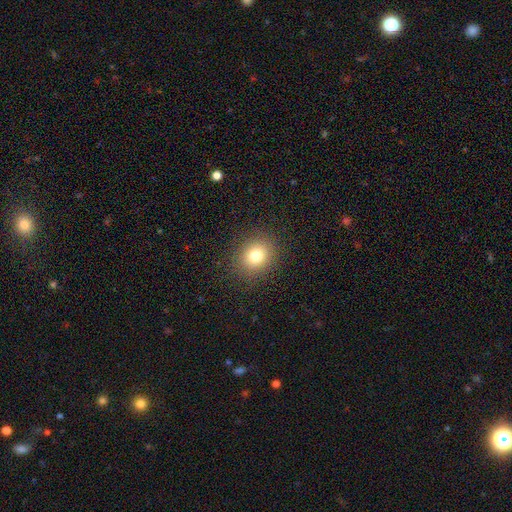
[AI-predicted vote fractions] smooth 78%, star or artifact 13%, featured or disk 9%. Down the decision tree: how rounded — round (74%); merging — none (88%).